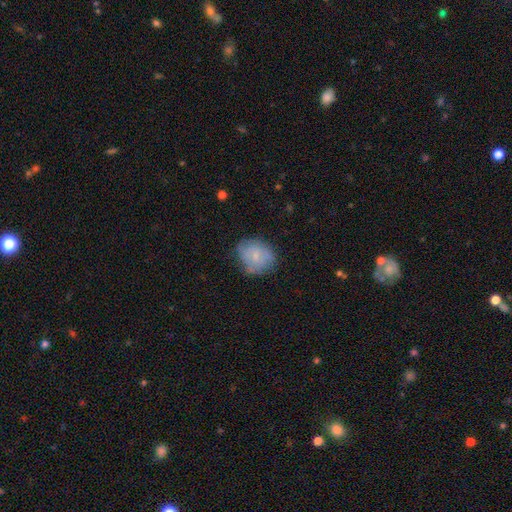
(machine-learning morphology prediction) This appears to be a smooth galaxy with no disk features (62%) that is round (65%). Merging: none (63%).